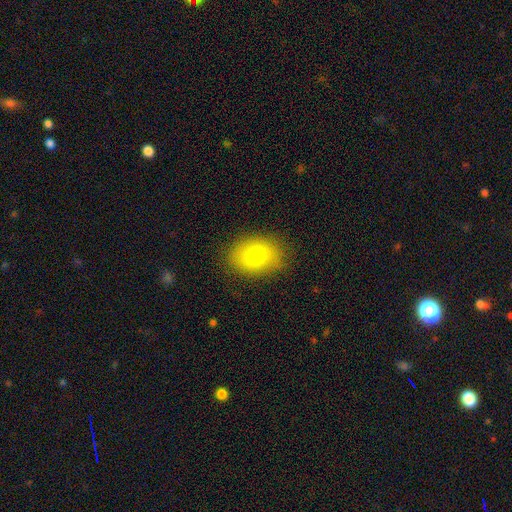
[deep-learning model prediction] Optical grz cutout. It shows a smooth galaxy with no disk features (75%) that is in between round and cigar-shaped (73%). Merging: none (82%).